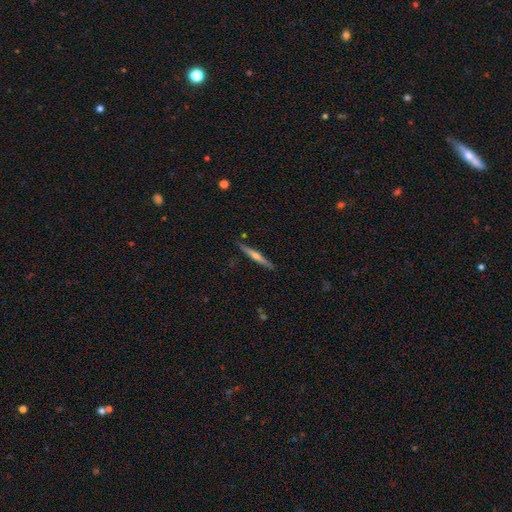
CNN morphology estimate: This is possibly a featured or disk galaxy (59%). It is clearly viewed edge-on (97%). Edge-on bulge: likely rounded (73%). Merging: clearly none (88%).